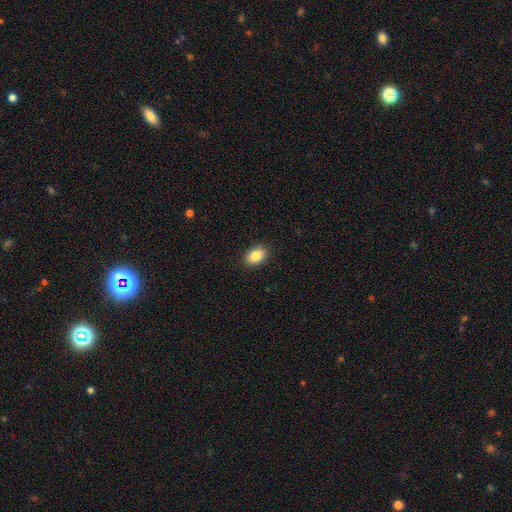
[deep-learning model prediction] This appears to be a smooth galaxy with no disk features (86%) that is in between round and cigar-shaped (84%). Merging: none (89%).